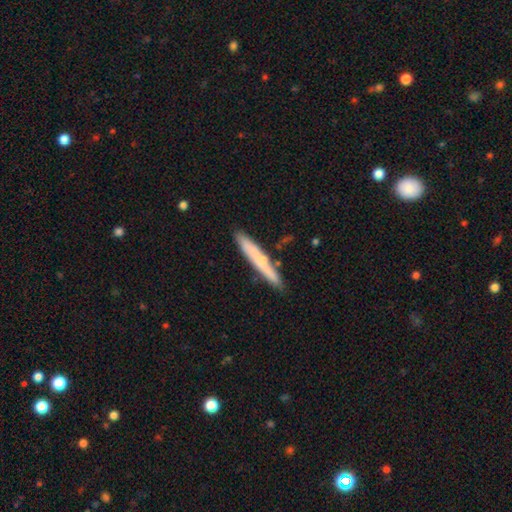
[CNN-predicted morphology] A smooth galaxy with no disk features (57%) that is cigar-shaped (95%). Merging: none (84%).